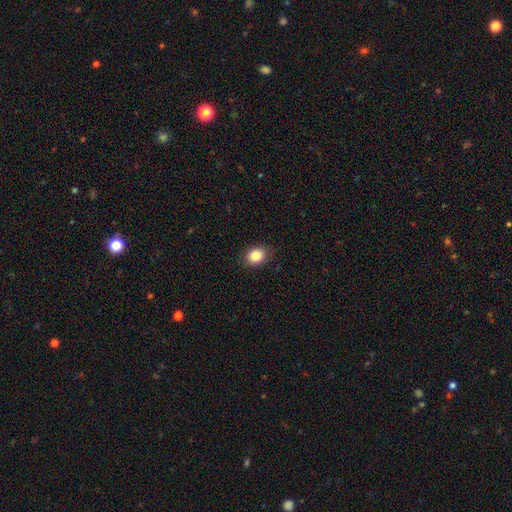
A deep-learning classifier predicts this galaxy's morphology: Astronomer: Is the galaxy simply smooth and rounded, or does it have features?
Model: smooth — 84%.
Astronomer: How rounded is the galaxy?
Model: in between — 53% (runner-up: round, 46%).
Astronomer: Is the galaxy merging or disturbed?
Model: none — 87%.